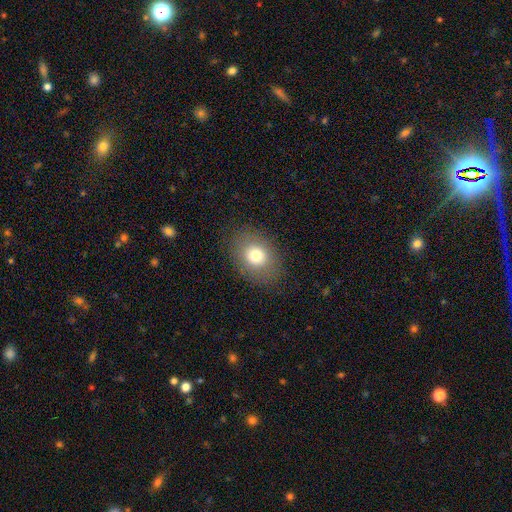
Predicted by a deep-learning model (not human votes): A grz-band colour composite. It shows a smooth galaxy with no disk features (76%) that is in between round and cigar-shaped (58%). Merging: none (84%).